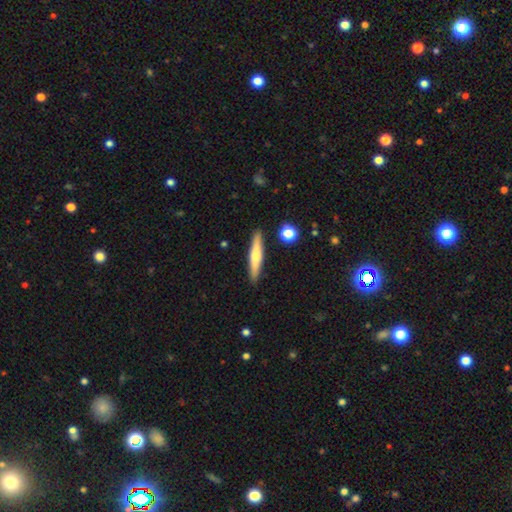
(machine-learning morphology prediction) smooth 55%, featured or disk 39%, star or artifact 6%. Down the decision tree: how rounded — cigar-shaped (89%); merging — none (89%).